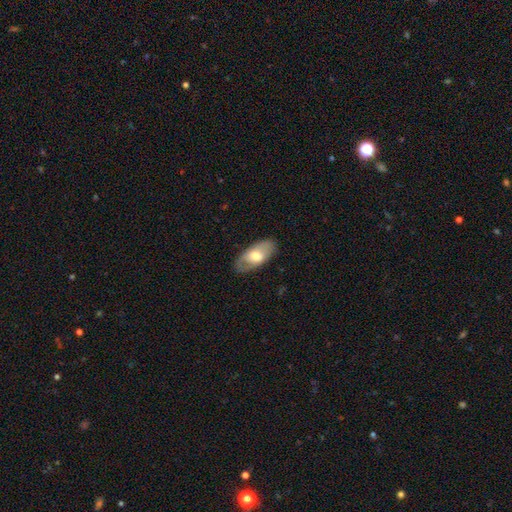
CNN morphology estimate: Smooth or featured?
  - smooth: 55% *
  - featured or disk: 39%
  - star or artifact: 6%
How rounded?
  - in between: 91% *
  - cigar-shaped: 6%
  - round: 4%
Merging?
  - none: 81% *
  - minor disturbance: 14%
  - major disturbance: 4%
  - merger: 1%